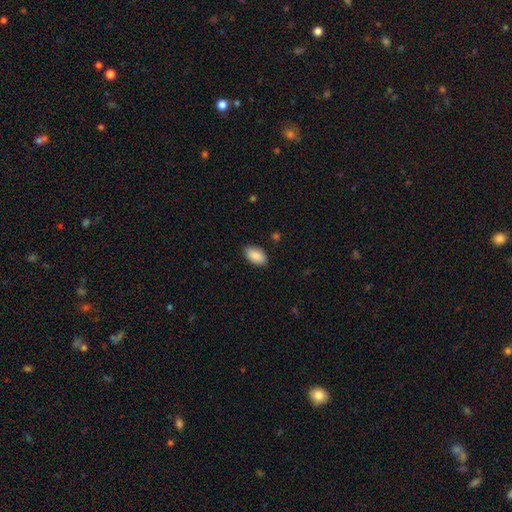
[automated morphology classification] smooth-or-featured: smooth: 88% | star or artifact: 6% | featured or disk: 6%
  how-rounded: in between: 94% | round: 5% | cigar-shaped: 1%
  merging: none: 86% | minor disturbance: 10% | major disturbance: 2% | merger: 1%